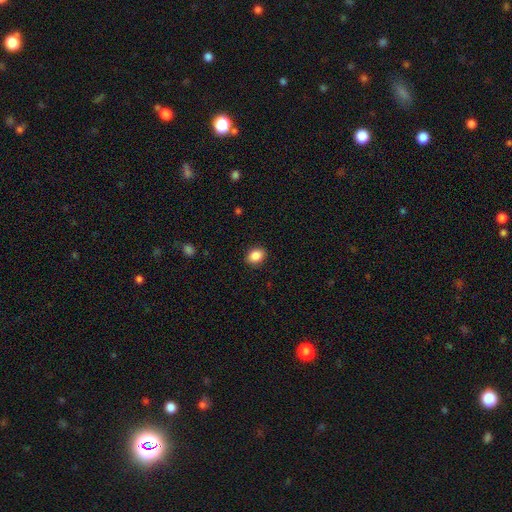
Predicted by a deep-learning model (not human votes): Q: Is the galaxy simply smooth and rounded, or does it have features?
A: smooth — 87%.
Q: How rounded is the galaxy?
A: in between — 57%.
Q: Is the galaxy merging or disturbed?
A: none — 89%.